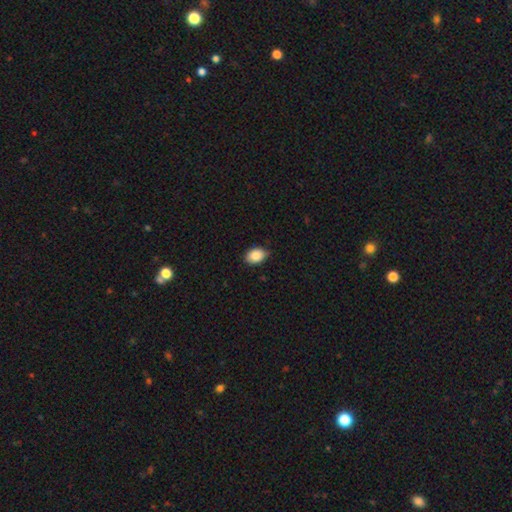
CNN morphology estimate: type=smooth (86%); roundness=in between (80%); merging=none (78%).